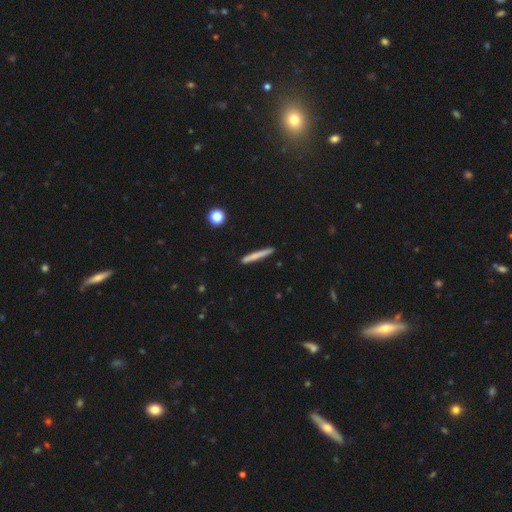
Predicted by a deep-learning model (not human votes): Morphology: type=smooth (67%); roundness=cigar-shaped (96%); merging=none (89%).